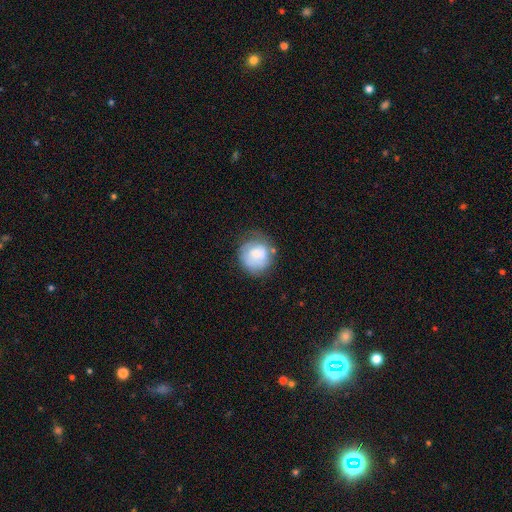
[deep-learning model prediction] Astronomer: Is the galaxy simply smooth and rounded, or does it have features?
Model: smooth — 68%.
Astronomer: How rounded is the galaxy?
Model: round — 87%.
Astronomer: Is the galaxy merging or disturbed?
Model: none — 60%.